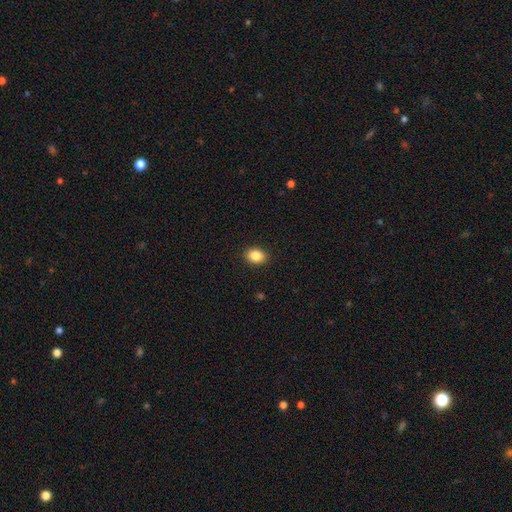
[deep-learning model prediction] smooth_or_featured: smooth (p=0.87) [alt: star or artifact p=0.09]
how_rounded: in between (p=0.66) [alt: round p=0.33]
merging: none (p=0.90) [alt: minor disturbance p=0.07]